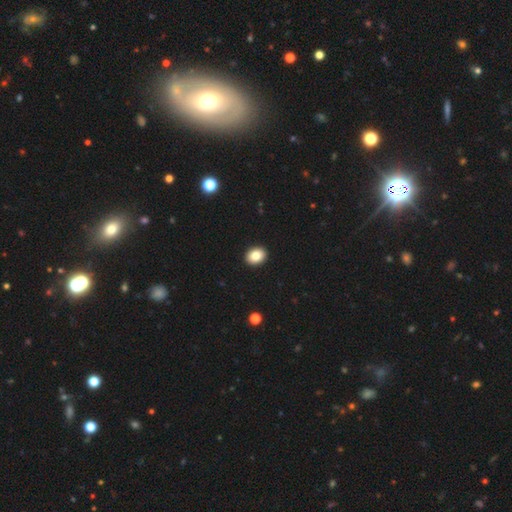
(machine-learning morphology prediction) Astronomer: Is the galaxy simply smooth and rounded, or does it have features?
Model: smooth — 85%.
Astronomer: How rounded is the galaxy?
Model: in between — 59% (runner-up: round, 40%).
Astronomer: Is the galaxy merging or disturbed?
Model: none — 93%.